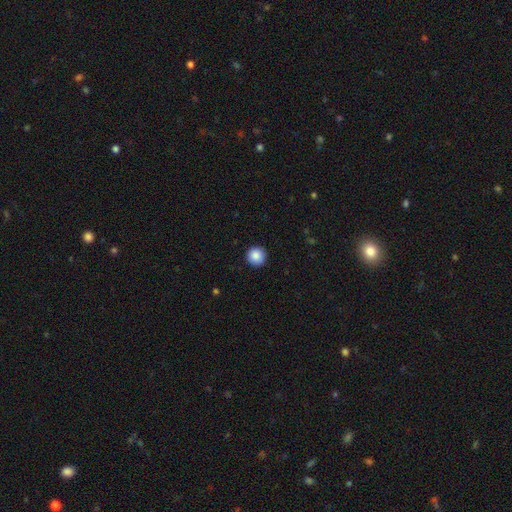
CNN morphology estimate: The model was most divided on "smooth or featured": smooth: 88%, star or artifact: 9%, featured or disk: 4%. More confident: how rounded — round (96%); merging — none (92%).